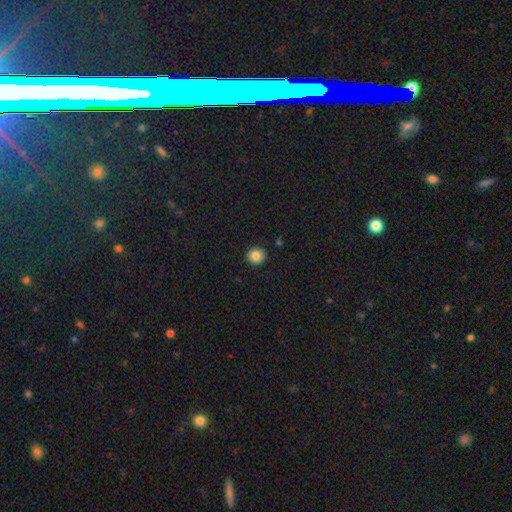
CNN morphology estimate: Smooth or featured: smooth — 85% (star or artifact — 10%)
How rounded: round — 87% (in between — 12%)
Merging: none — 90% (minor disturbance — 7%)